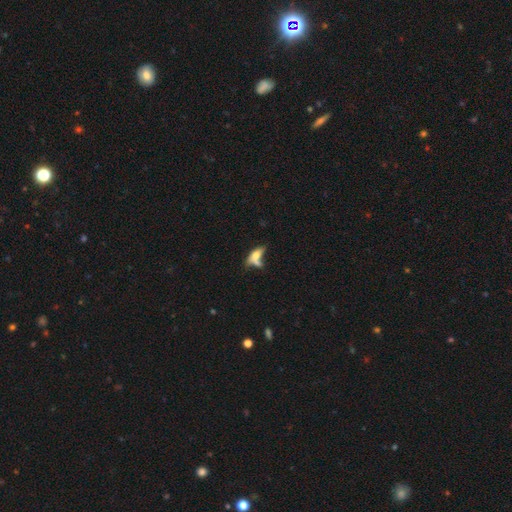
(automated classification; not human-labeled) Smooth or featured? smooth (58%)
How rounded? in between (59%)
Merging? merger (41%)